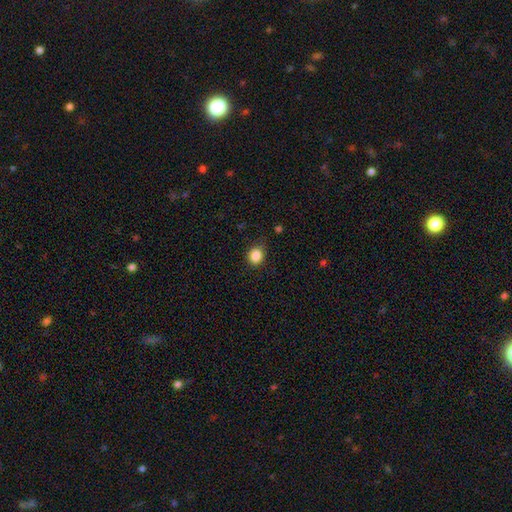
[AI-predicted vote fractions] Overall: smooth (86%). How rounded: round (72%). Merging: none (80%).